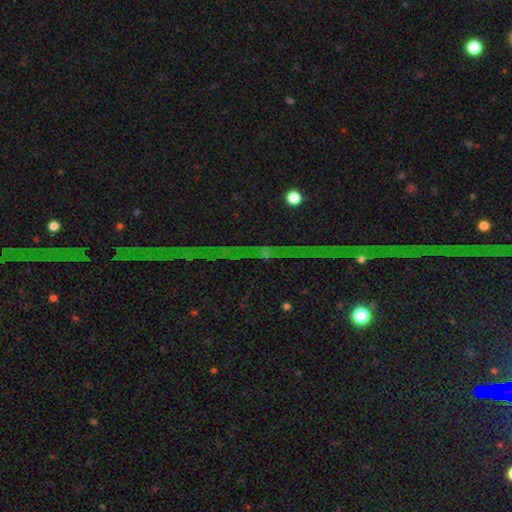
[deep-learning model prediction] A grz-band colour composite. It shows a star or artifact, not a galaxy (80%).